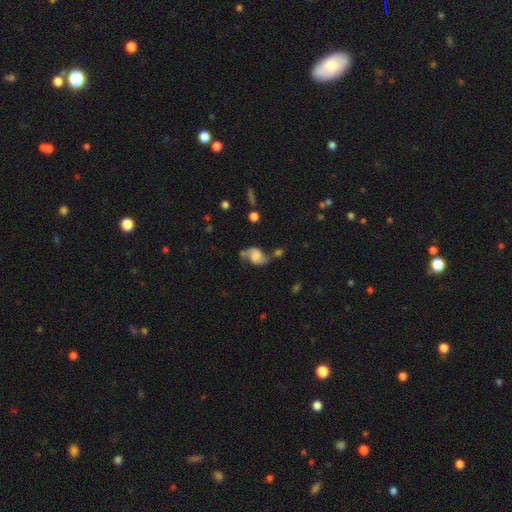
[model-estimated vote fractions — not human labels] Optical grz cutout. It shows a featured or disk galaxy (68%) with no bar (61%), 2 (90%) loose (63%) spiral arms (92%) and no central bulge (49%). Merging: none (49%).